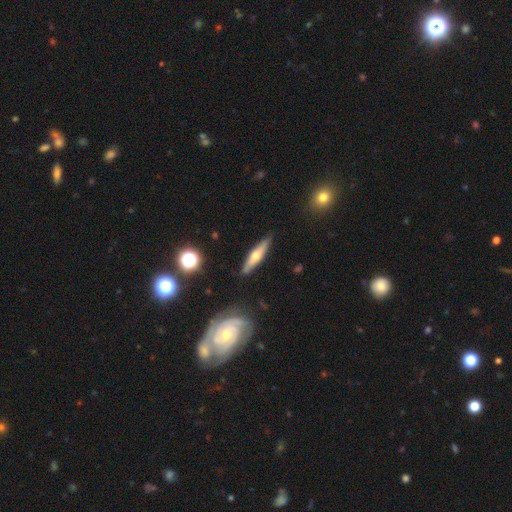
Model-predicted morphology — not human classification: A featured or disk galaxy (49%). Merging: none (86%).